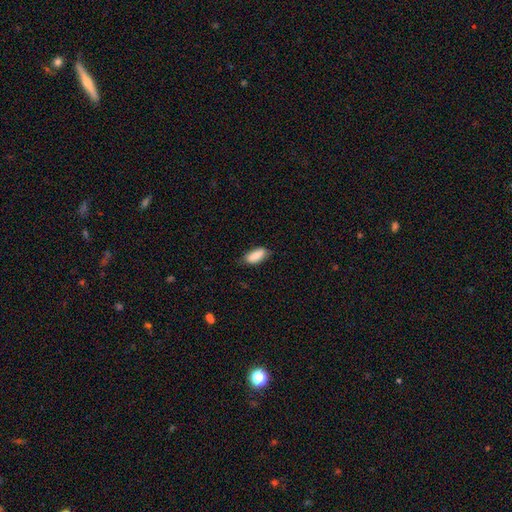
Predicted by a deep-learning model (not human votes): Morphology: type=smooth (88%); roundness=in between (84%); merging=none (76%).